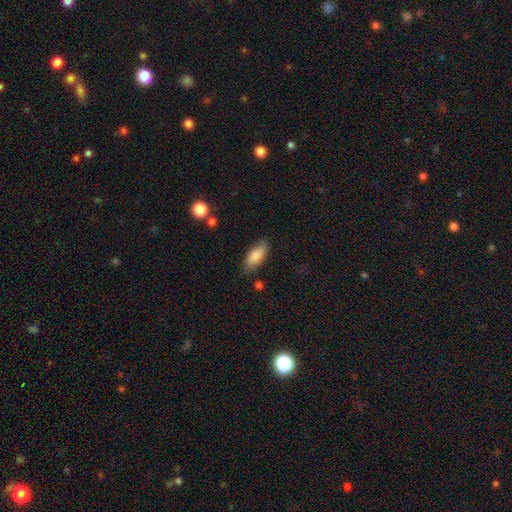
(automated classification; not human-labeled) Smooth or featured: smooth — 84% (featured or disk — 10%)
How rounded: in between — 79% (cigar-shaped — 19%)
Merging: none — 81% (minor disturbance — 14%)